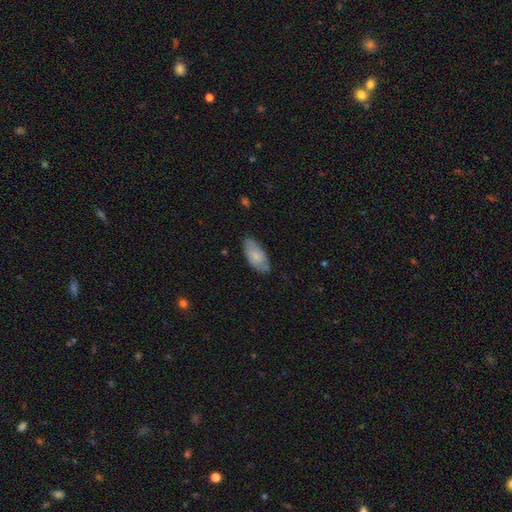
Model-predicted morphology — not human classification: The model was most divided on "smooth or featured": smooth: 61%, featured or disk: 32%, star or artifact: 6%. More confident: how rounded — in between (90%); merging — none (71%).